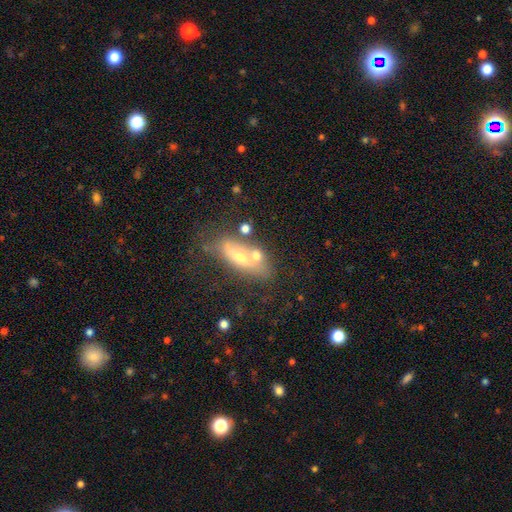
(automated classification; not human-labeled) Smooth or featured: smooth — 53% (featured or disk — 37%)
How rounded: in between — 63% (cigar-shaped — 29%)
Merging: none — 40% (merger — 34%)